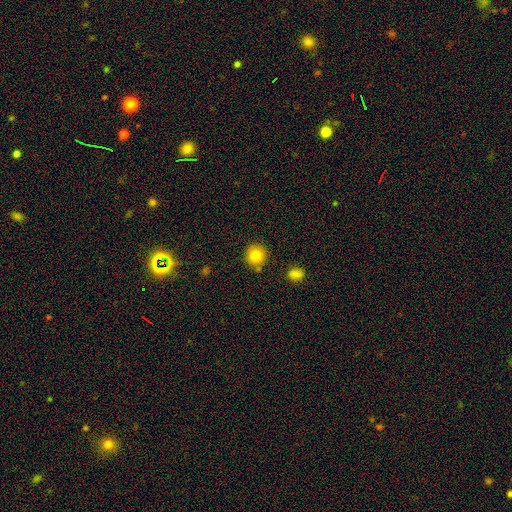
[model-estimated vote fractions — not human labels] smooth-or-featured: smooth: 81% | star or artifact: 10% | featured or disk: 8%
  how-rounded: round: 93% | in between: 7% | cigar-shaped: 1%
  merging: none: 84% | minor disturbance: 9% | merger: 5% | major disturbance: 2%